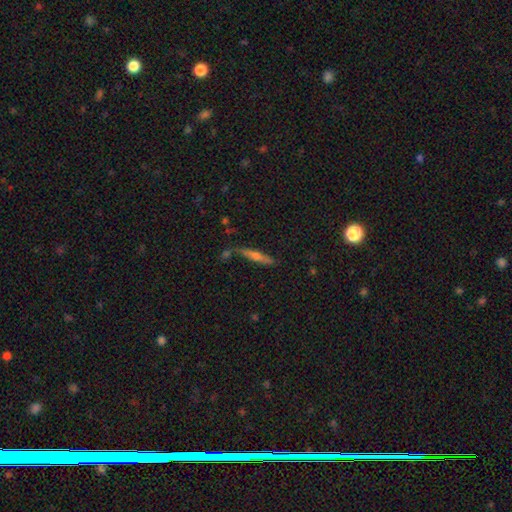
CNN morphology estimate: Smooth or featured: featured or disk — 60% (smooth — 30%)
Edge-on disk: yes — 94% (no — 6%)
Edge-on bulge: rounded — 81% (none — 12%)
Merging: none — 77% (minor disturbance — 14%)